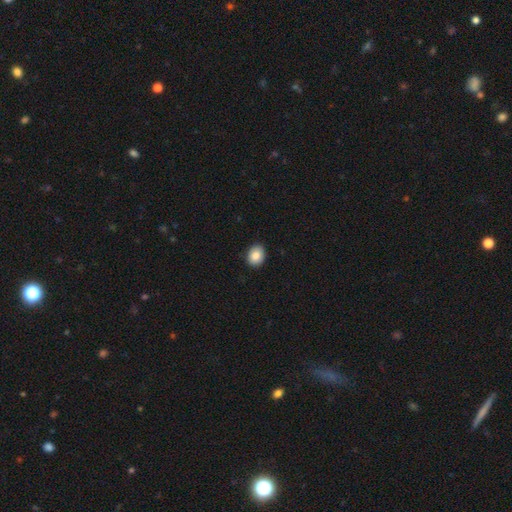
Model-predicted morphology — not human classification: smooth-or-featured: smooth: 86% | star or artifact: 8% | featured or disk: 7%
  how-rounded: in between: 61% | round: 38% | cigar-shaped: 1%
  merging: none: 89% | minor disturbance: 8% | major disturbance: 2% | merger: 1%